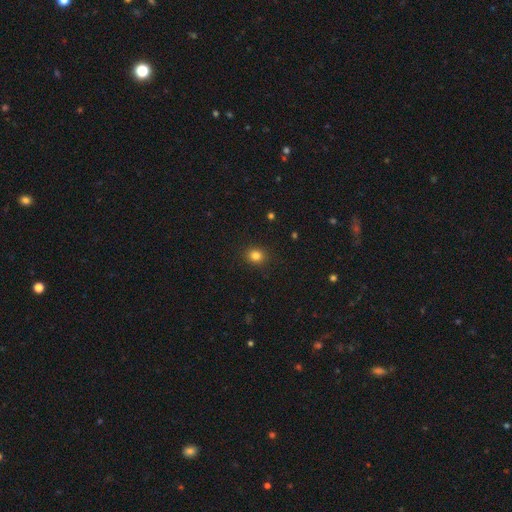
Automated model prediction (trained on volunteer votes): Q: Smooth or featured?
A: smooth (82%); runner-up: star or artifact (13%)
Q: How rounded?
A: round (75%); runner-up: in between (24%)
Q: Merging?
A: none (89%); runner-up: minor disturbance (7%)